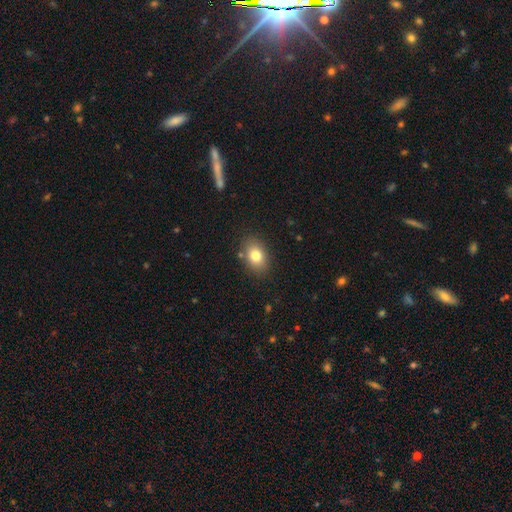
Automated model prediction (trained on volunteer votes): The model was most divided on "how rounded": in between: 75%, round: 23%, cigar-shaped: 1%. More confident: merging — none (85%); smooth or featured — smooth (79%).